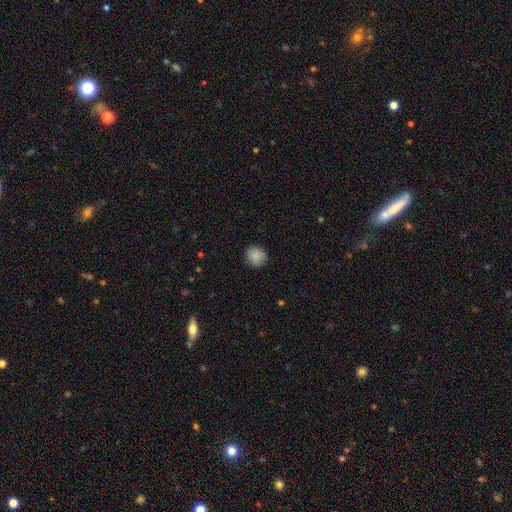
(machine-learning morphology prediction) The model was most divided on "how rounded": round: 83%, in between: 16%, cigar-shaped: 1%. More confident: smooth or featured — smooth (87%); merging — none (84%).